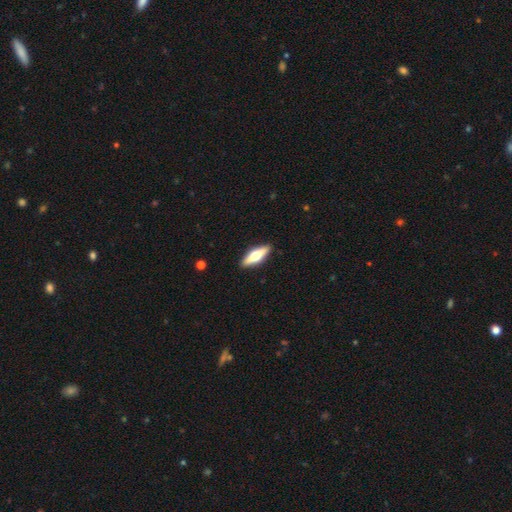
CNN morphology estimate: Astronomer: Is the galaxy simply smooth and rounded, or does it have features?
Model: featured or disk — 55% (runner-up: smooth, 40%).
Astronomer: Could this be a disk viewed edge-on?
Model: yes — 94%.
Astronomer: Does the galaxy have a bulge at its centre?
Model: rounded — 95%.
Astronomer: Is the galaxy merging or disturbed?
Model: none — 90%.